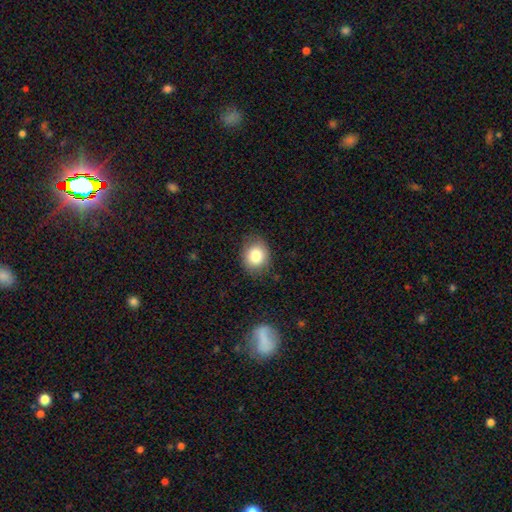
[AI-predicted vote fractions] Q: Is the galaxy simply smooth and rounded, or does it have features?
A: smooth — 82%.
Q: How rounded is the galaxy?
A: round — 62%.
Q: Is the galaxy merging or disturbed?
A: none — 82%.